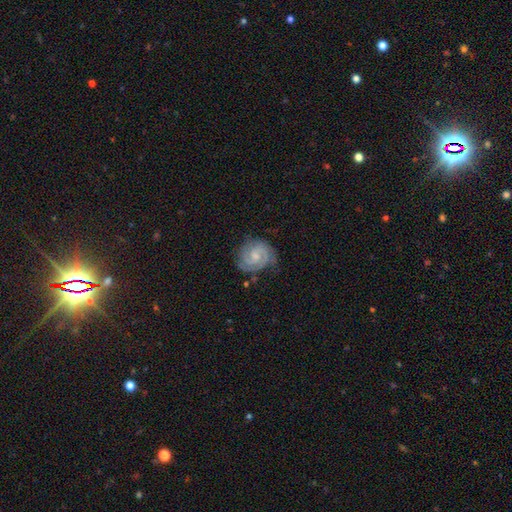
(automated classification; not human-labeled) smooth_or_featured: featured or disk (p=0.86) [alt: smooth p=0.08]
disk_edge_on: no (p=0.98) [alt: yes p=0.02]
bar: no (p=0.46) [tied with: weak p=0.46]
has_spiral_arms: yes (p=0.98) [alt: no p=0.02]
spiral_winding: tight (p=0.68) [alt: medium p=0.28]
spiral_arm_count: 2 (p=0.73) [alt: 3 p=0.13]
bulge_size: small (p=0.44) [alt: moderate p=0.33]
merging: none (p=0.76) [alt: minor disturbance p=0.17]